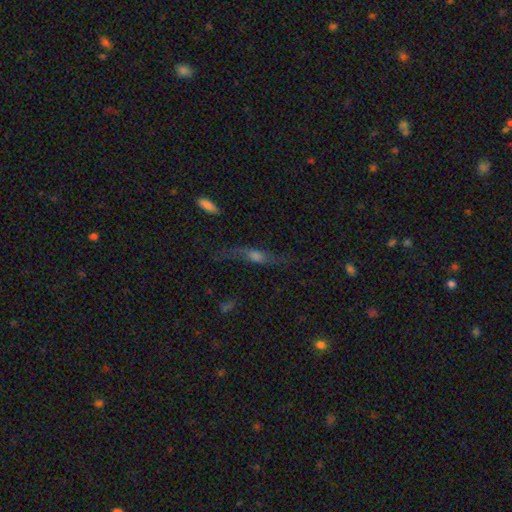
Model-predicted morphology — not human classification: A featured or disk galaxy (55%) viewed edge-on (72%).

Vote fractions:
- Smooth or featured? featured or disk: 55% / smooth: 32% / star or artifact: 13%
- Edge-on disk? yes: 72% / no: 28%
- Merging? none: 64% / minor disturbance: 19% / major disturbance: 13% / merger: 3%